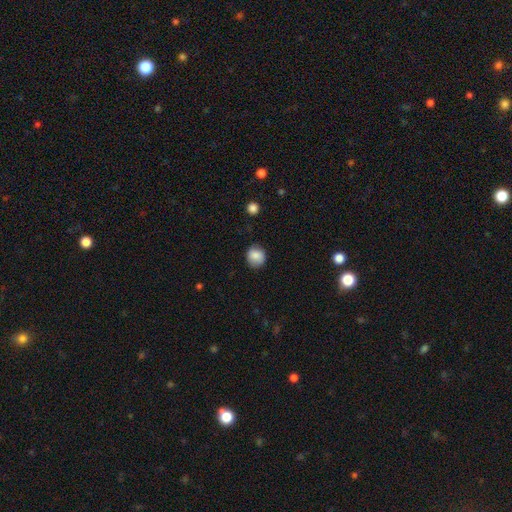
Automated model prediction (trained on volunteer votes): smooth-or-featured: smooth: 86% | star or artifact: 8% | featured or disk: 6%
  how-rounded: round: 84% | in between: 15% | cigar-shaped: 1%
  merging: none: 82% | minor disturbance: 14% | major disturbance: 3% | merger: 1%